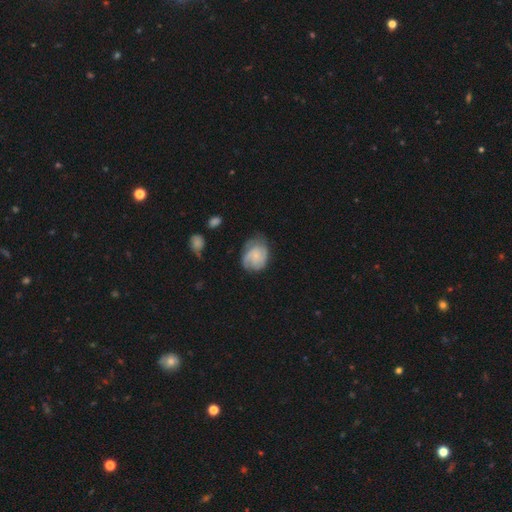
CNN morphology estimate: featured or disk 55%, smooth 38%, star or artifact 7%. Down the decision tree: edge-on disk — no (98%); bar — no (72%); spiral arms — yes (88%); bulge size — small (60%); merging — none (57%).